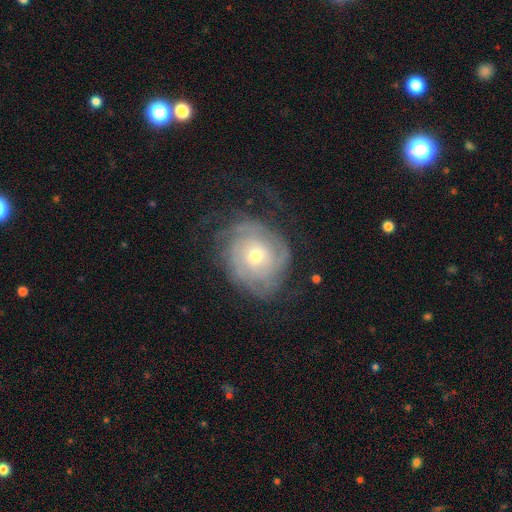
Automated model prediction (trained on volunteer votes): The model was most divided on "bulge size": small: 51%, moderate: 45%, large: 2%, dominant: 1%, none: 1%. Remaining: edge-on disk — no (97%); spiral arms — yes (90%); smooth or featured — featured or disk (79%); bar — no (77%); spiral winding — tight (70%); merging — none (61%); spiral arm count — can't tell (46%).